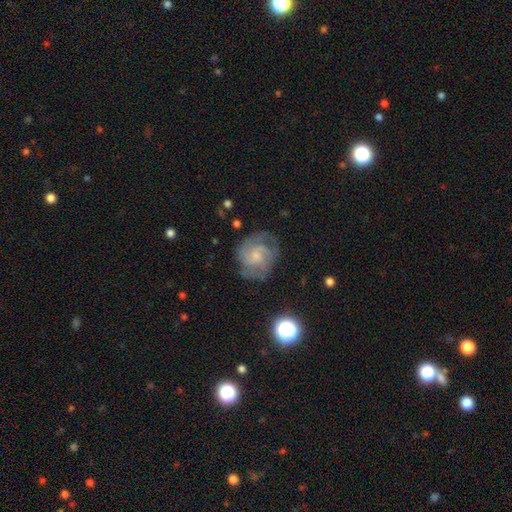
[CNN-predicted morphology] The model was most divided on "spiral winding" (2-way tie): medium: 43%, tight: 43%, loose: 14%. Remaining: edge-on disk — no (98%); spiral arms — yes (90%); smooth or featured — featured or disk (70%); merging — none (65%); bar — no (65%); bulge size — small (60%); spiral arm count — 2 (41%).